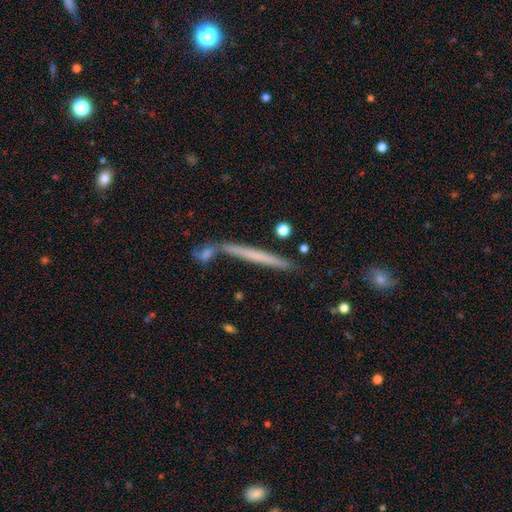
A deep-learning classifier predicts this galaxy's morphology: Smooth or featured: smooth — 47% (featured or disk — 46%)
Merging: none — 74% (merger — 12%)